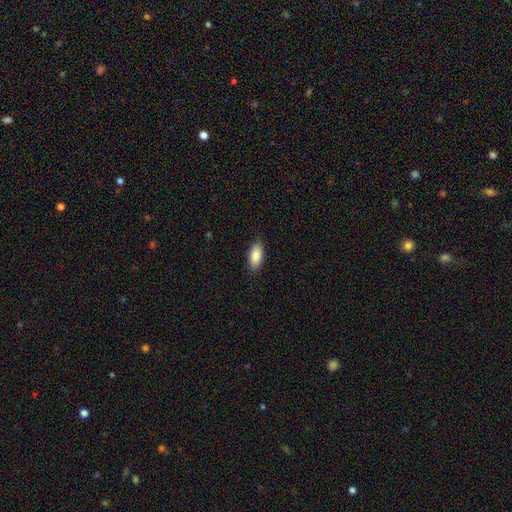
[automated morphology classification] smooth 87%, featured or disk 7%, star or artifact 6%. Down the decision tree: how rounded — in between (89%); merging — none (87%).